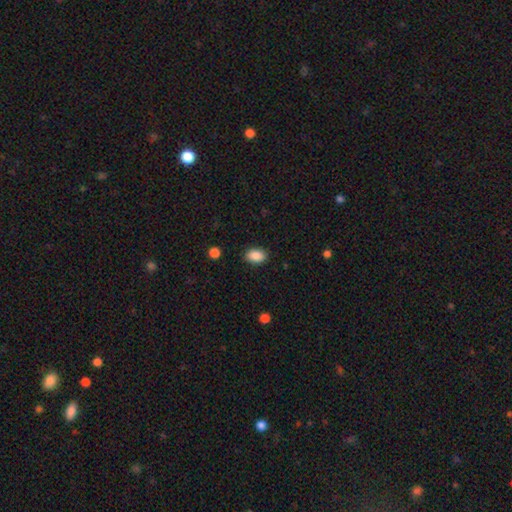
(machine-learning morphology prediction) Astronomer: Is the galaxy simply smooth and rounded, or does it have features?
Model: smooth — 89%.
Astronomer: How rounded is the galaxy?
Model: in between — 87%.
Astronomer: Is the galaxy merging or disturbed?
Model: none — 87%.